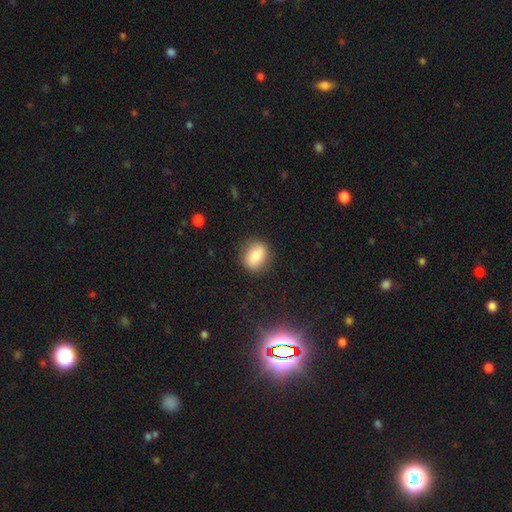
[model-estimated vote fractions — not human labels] Smooth or featured?
  - smooth: 81% *
  - featured or disk: 11%
  - star or artifact: 9%
How rounded?
  - in between: 55% *
  - round: 43%
  - cigar-shaped: 2%
Merging?
  - none: 82% *
  - minor disturbance: 13%
  - major disturbance: 4%
  - merger: 1%